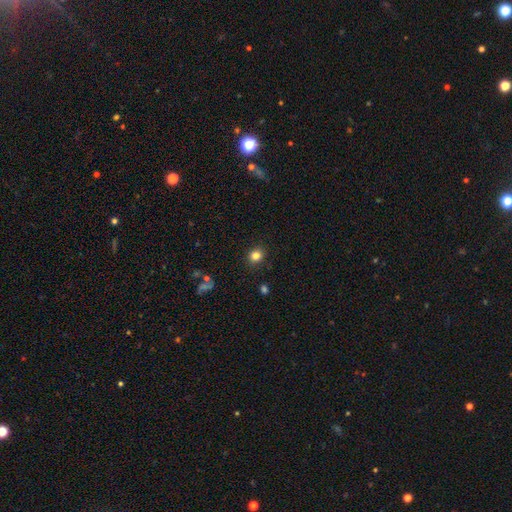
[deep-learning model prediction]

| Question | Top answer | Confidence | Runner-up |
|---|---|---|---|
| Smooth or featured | smooth | 83% | star or artifact (12%) |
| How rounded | round | 78% | in between (21%) |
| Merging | none | 89% | minor disturbance (7%) |